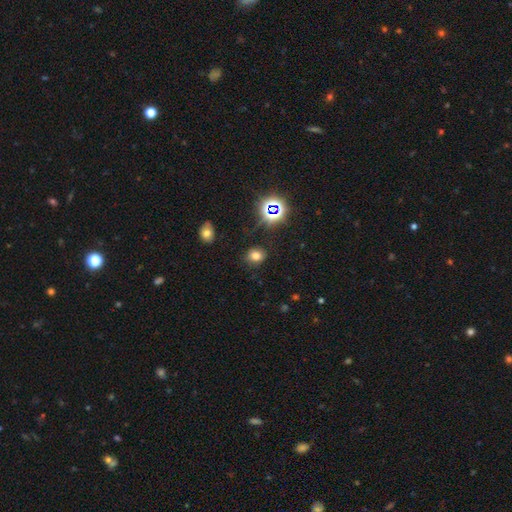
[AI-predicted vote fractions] smooth_or_featured: smooth (p=0.70) [alt: star or artifact p=0.21]
how_rounded: round (p=0.56) [alt: in between p=0.43]
merging: none (p=0.84) [alt: minor disturbance p=0.10]